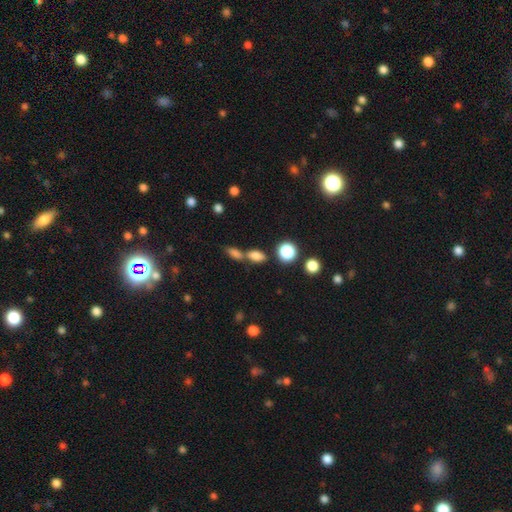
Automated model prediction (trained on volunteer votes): A smooth galaxy with no disk features (79%) that is in between round and cigar-shaped (76%).

Vote fractions:
- Smooth or featured? smooth: 79% / star or artifact: 13% / featured or disk: 8%
- How rounded? in between: 76% / round: 16% / cigar-shaped: 7%
- Merging? none: 47% / merger: 39% / minor disturbance: 9% / major disturbance: 4%